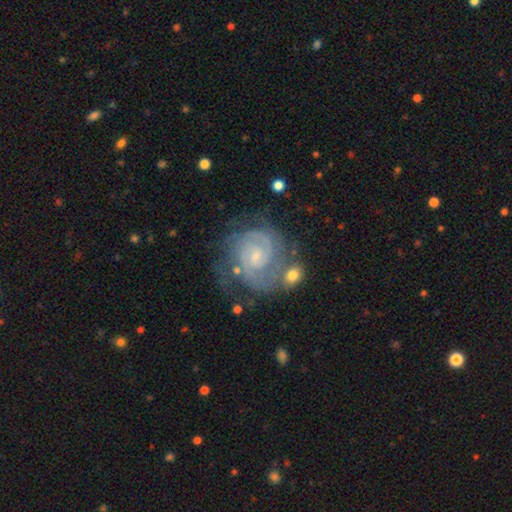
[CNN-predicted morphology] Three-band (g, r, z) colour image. It shows a featured or disk galaxy (89%) with a weak bar (45%, tied with no), 2 (60%) tight (71%) spiral arms (98%) and a small central bulge (70%). Merging: none (62%).